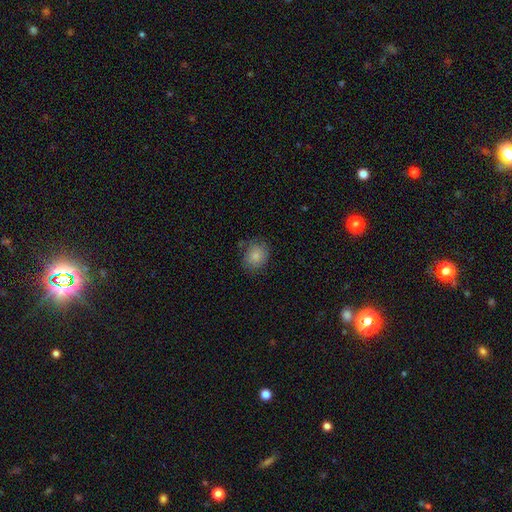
Volunteers were most divided on "how rounded": round: 65%, in between: 35%, cigar-shaped: 0%. More confident: smooth or featured — smooth (78%); merging — none (77%).